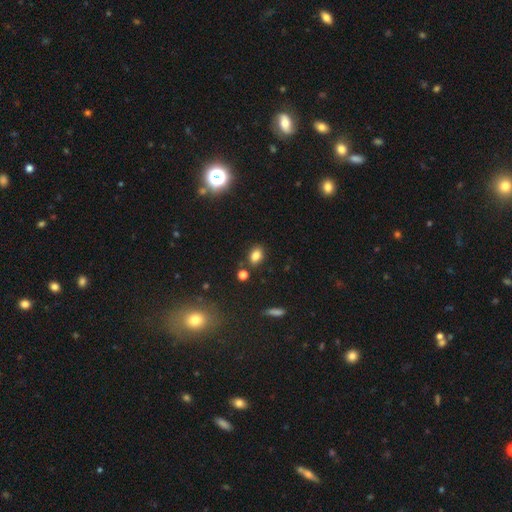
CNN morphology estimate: The model was most divided on "how rounded": in between: 79%, round: 19%, cigar-shaped: 2%. More confident: smooth or featured — smooth (82%); merging — none (79%).